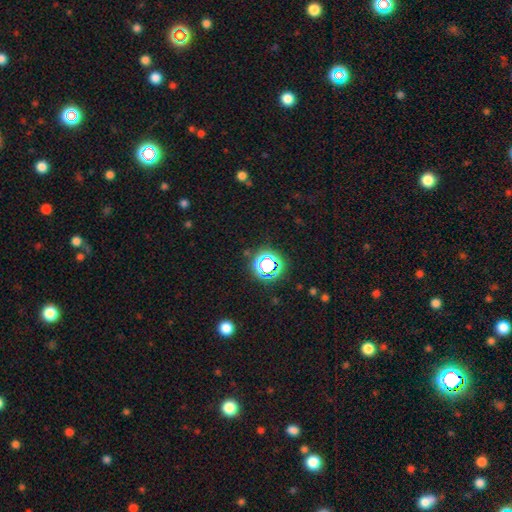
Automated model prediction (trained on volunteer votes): This is likely a star or artifact rather than a galaxy (74%).